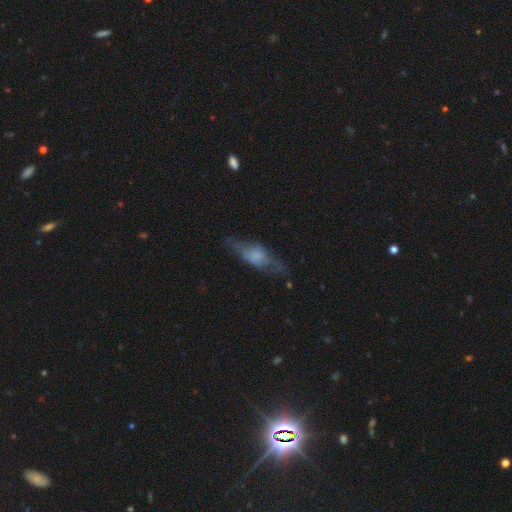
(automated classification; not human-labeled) The model was most divided on "smooth or featured": featured or disk: 47%, smooth: 45%, star or artifact: 8%. More confident: merging — none (57%).